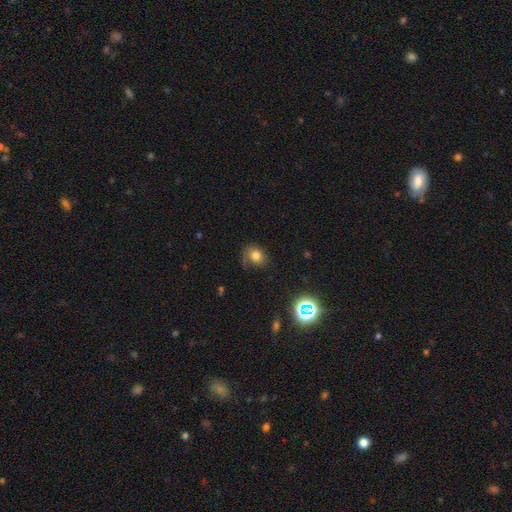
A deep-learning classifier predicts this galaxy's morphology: Smooth or featured? Predicted: smooth (p=0.72). How rounded? Predicted: round (p=0.61). Merging? Predicted: none (p=0.59).